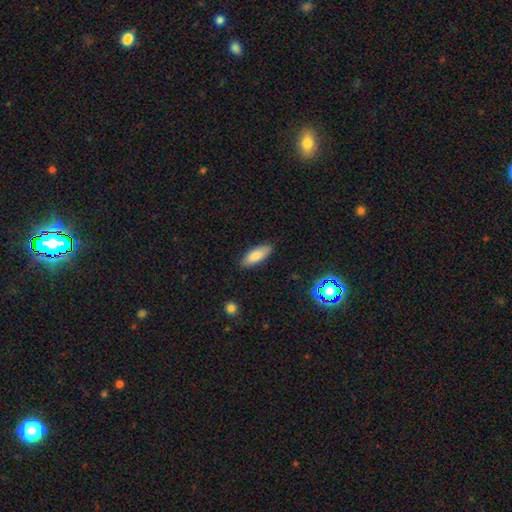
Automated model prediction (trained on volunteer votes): smooth-or-featured: smooth: 84% | featured or disk: 9% | star or artifact: 7%
  how-rounded: in between: 75% | cigar-shaped: 24% | round: 2%
  merging: none: 85% | minor disturbance: 12% | major disturbance: 2% | merger: 1%